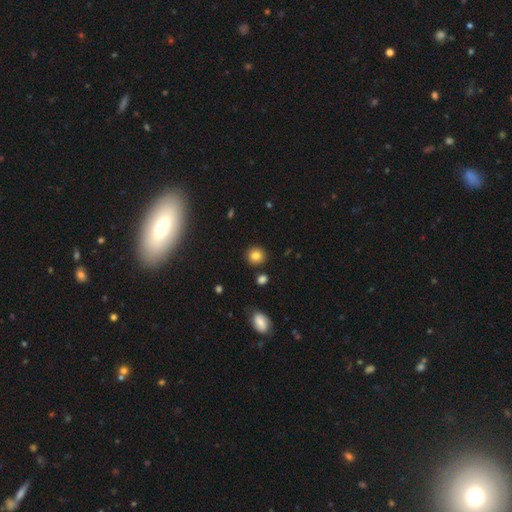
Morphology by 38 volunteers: Smooth or featured: smooth — 95% (featured or disk — 3%)
How rounded: round — 92% (in between — 8%)
Merging: none — 84% (minor disturbance — 11%)